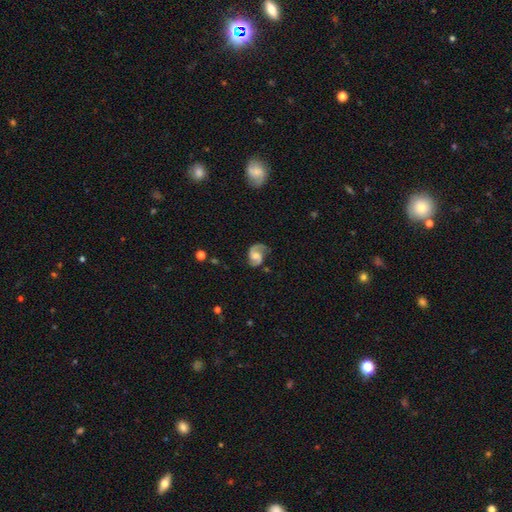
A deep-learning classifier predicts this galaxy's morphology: A featured or disk galaxy (87%) with no bar (51%), 2 (89%) medium (52%) spiral arms (97%) and a moderate central bulge (51%).

Vote fractions:
- Smooth or featured? featured or disk: 87% / smooth: 8% / star or artifact: 5%
- Edge-on disk? no: 98% / yes: 2%
- Bar? no: 51% / weak: 40% / strong: 9%
- Spiral arms? yes: 97% / no: 3%
- Spiral winding? medium: 52% / loose: 30% / tight: 18%
- Spiral arm count? 2: 89% / 1: 6% / can't tell: 2% / 3: 1% / 4: 1% / more than 4: 1%
- Bulge size? moderate: 51% / small: 28% / none: 11% / large: 8% / dominant: 1%
- Merging? none: 71% / minor disturbance: 19% / major disturbance: 8% / merger: 2%